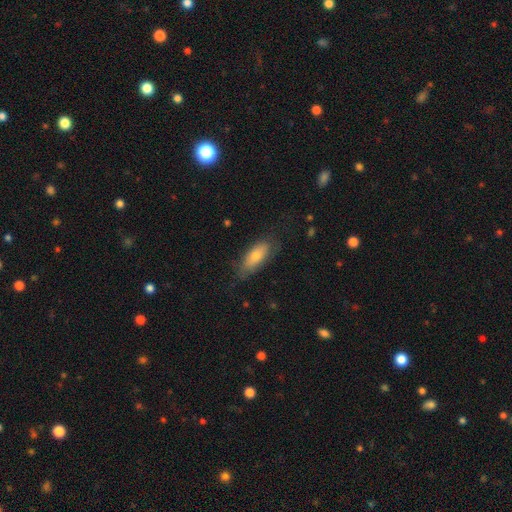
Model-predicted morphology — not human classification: This appears to be a smooth galaxy with no disk features (68%) that is in between round and cigar-shaped (74%). Merging: none (70%).